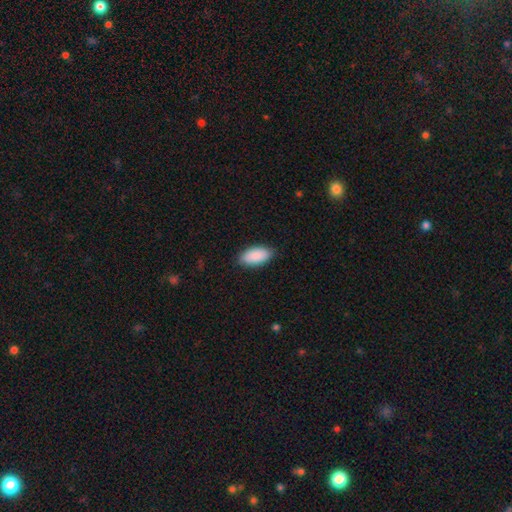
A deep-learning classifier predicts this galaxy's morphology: smooth 90%, star or artifact 6%, featured or disk 4%. Down the decision tree: how rounded — in between (94%); merging — none (85%).